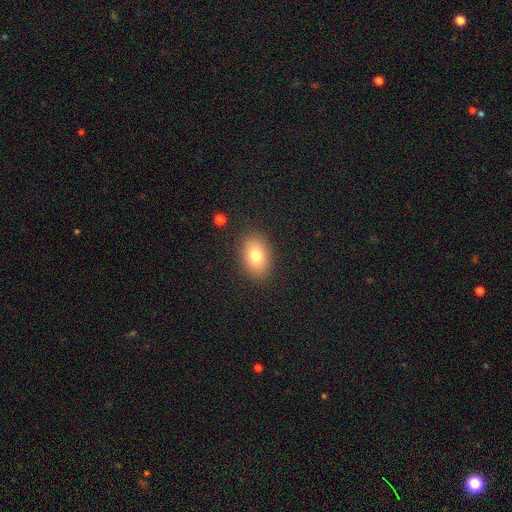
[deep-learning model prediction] A smooth galaxy with no disk features (79%) that is in between round and cigar-shaped (81%).

Vote fractions:
- Smooth or featured? smooth: 79% / featured or disk: 11% / star or artifact: 9%
- How rounded? in between: 81% / round: 18% / cigar-shaped: 1%
- Merging? none: 87% / minor disturbance: 9% / major disturbance: 3% / merger: 1%